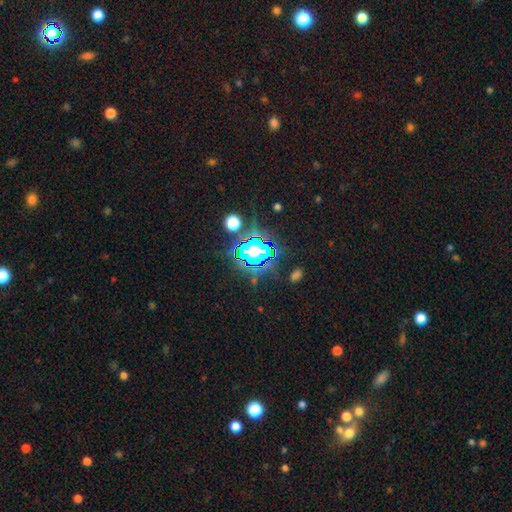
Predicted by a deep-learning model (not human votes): Morphology: type=star or artifact (77%).